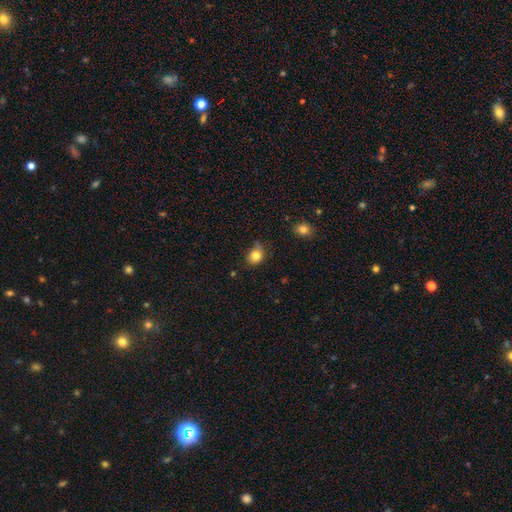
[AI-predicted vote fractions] Smooth or featured: smooth — 82% (star or artifact — 11%)
How rounded: round — 65% (in between — 34%)
Merging: none — 60% (minor disturbance — 30%)